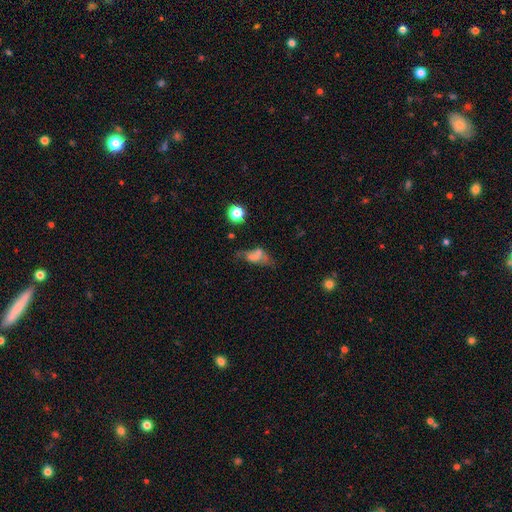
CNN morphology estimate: Smooth or featured: smooth — 52% (featured or disk — 32%)
How rounded: in between — 77% (round — 13%)
Merging: none — 27% (tied with merger — 27%)